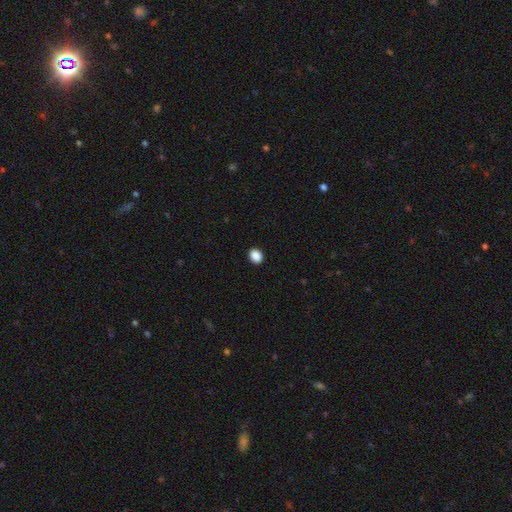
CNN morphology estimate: Overall: smooth (89%). How rounded: in between (54%; round 46%). Merging: none (92%).